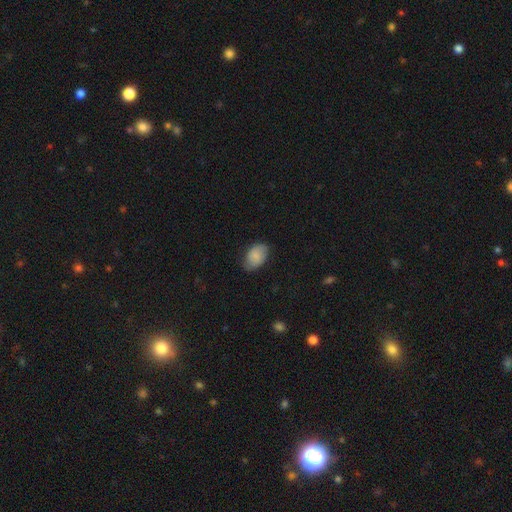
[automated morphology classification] type=smooth (80%); roundness=in between (91%); merging=none (74%).